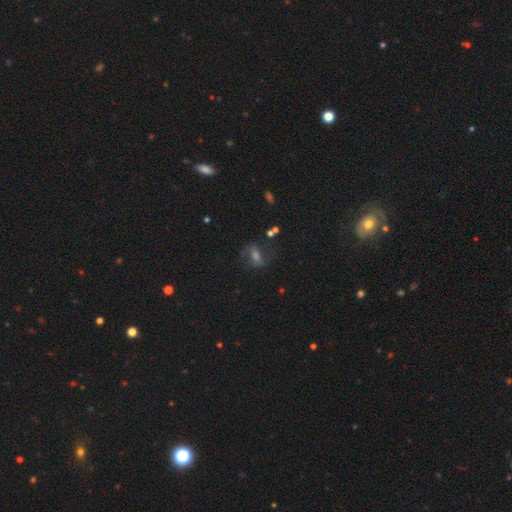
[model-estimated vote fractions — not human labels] A featured or disk galaxy (41%).

Vote fractions:
- Smooth or featured? featured or disk: 41% / smooth: 31% / star or artifact: 27%
- Merging? none: 66% / minor disturbance: 17% / major disturbance: 13% / merger: 4%